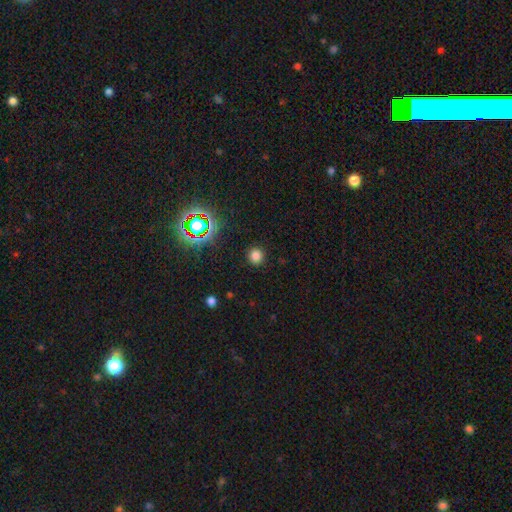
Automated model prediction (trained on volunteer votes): This appears to be a smooth galaxy with no disk features (76%) that is round (93%). Merging: none (91%).